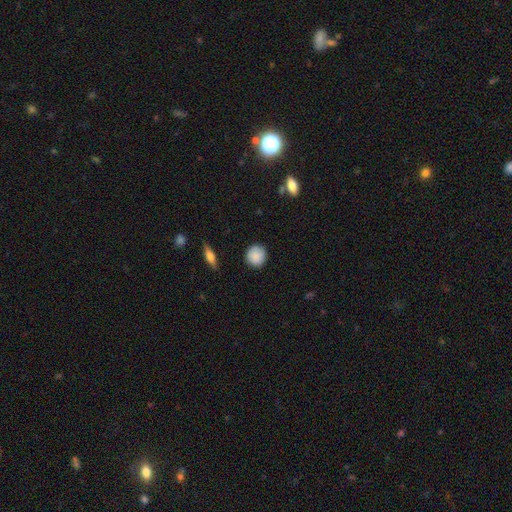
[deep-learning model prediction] A smooth galaxy with no disk features (88%) that is round (90%). Merging: none (87%).